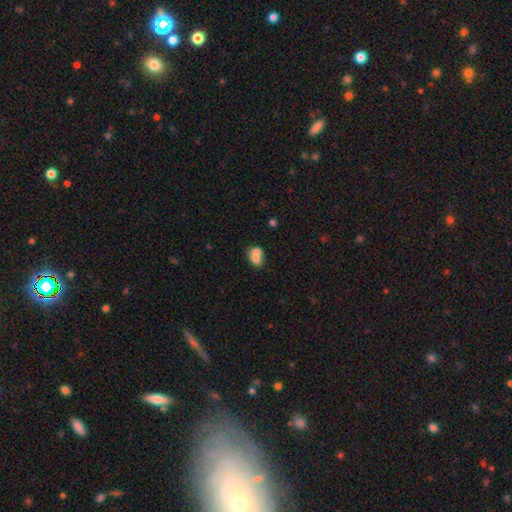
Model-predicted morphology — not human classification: Smooth or featured?
  - smooth: 71% *
  - featured or disk: 19%
  - star or artifact: 9%
How rounded?
  - in between: 59% *
  - round: 40%
  - cigar-shaped: 1%
Merging?
  - merger: 56% *
  - none: 29%
  - minor disturbance: 11%
  - major disturbance: 4%